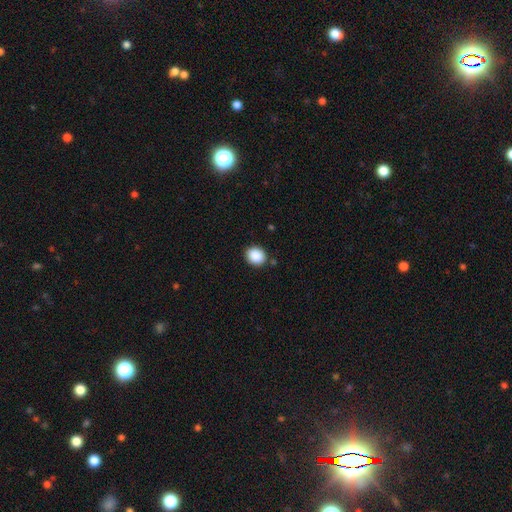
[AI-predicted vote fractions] Smooth or featured?
  - smooth: 89% *
  - star or artifact: 8%
  - featured or disk: 3%
How rounded?
  - round: 70% *
  - in between: 29%
  - cigar-shaped: 1%
Merging?
  - none: 88% *
  - minor disturbance: 8%
  - merger: 2%
  - major disturbance: 2%